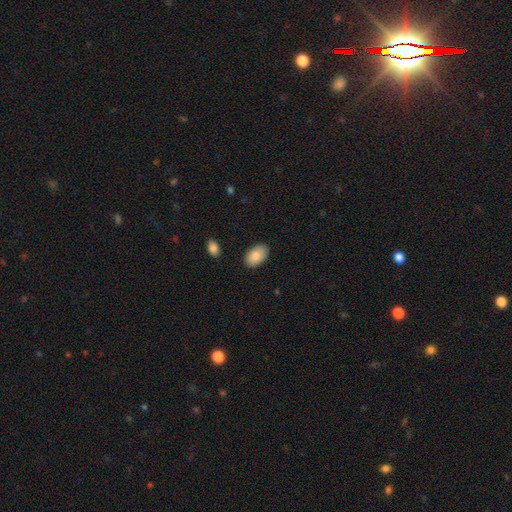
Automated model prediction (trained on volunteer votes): Smooth or featured? Predicted: smooth (p=0.89). How rounded? Predicted: in between (p=0.94). Merging? Predicted: none (p=0.87).